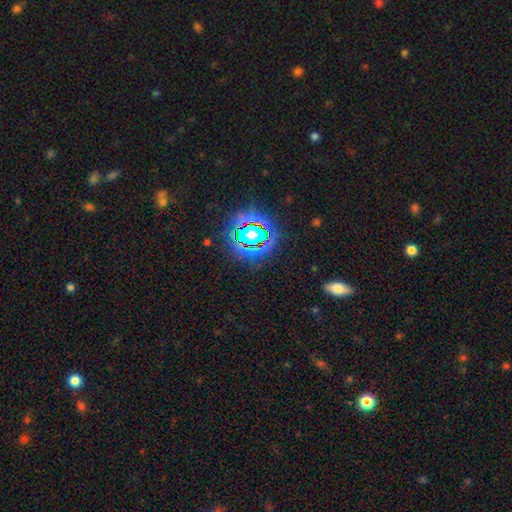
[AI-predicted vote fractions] Smooth or featured? Predicted: star or artifact (p=0.81).